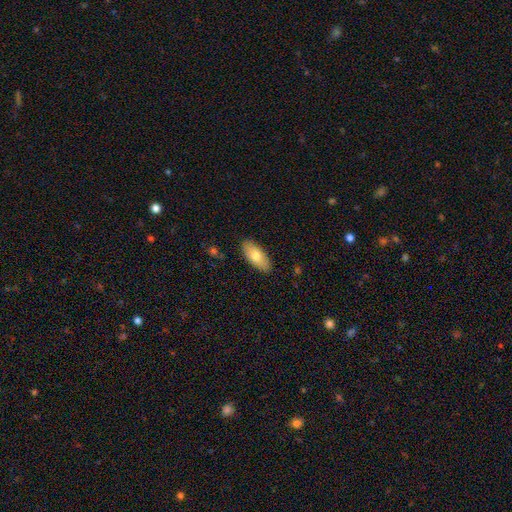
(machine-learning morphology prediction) type=smooth (75%); roundness=in between (87%); merging=none (88%).